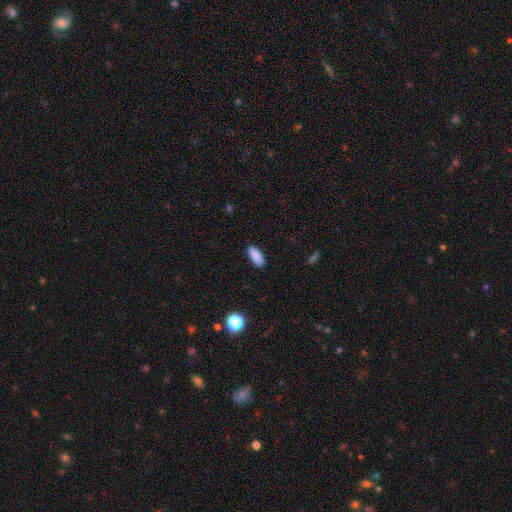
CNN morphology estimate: Smooth or featured? Predicted: smooth (p=0.89). How rounded? Predicted: in between (p=0.82). Merging? Predicted: none (p=0.89).